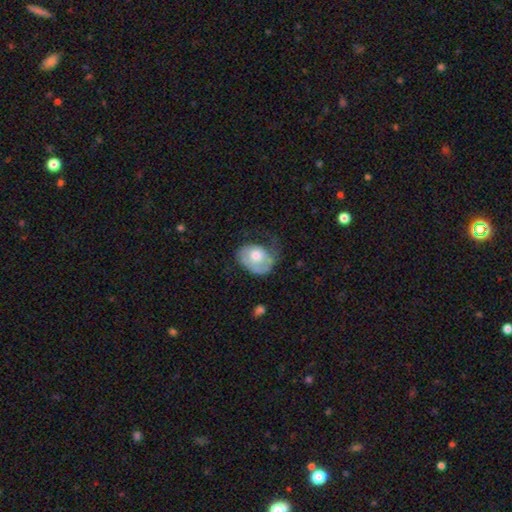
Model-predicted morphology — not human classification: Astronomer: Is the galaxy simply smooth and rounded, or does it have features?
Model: smooth — 51% (runner-up: featured or disk, 43%).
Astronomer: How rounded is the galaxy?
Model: in between — 59% (runner-up: round, 40%).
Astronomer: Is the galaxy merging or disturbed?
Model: major disturbance — 34% (runner-up: none, 33%).